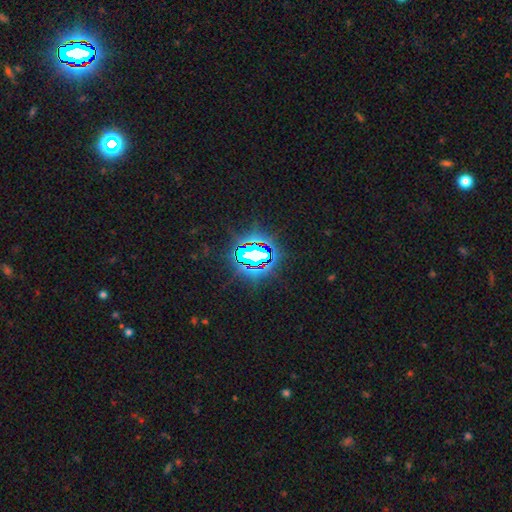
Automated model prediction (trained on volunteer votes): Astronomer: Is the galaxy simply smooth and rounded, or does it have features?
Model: star or artifact — 78%.